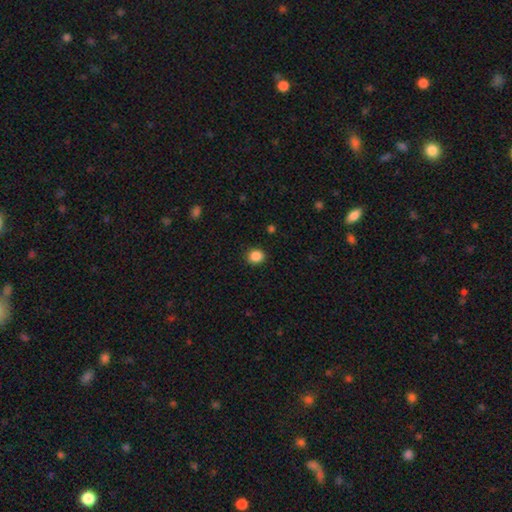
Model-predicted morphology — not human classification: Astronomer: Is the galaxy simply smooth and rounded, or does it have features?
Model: smooth — 86%.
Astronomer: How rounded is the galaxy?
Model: round — 76%.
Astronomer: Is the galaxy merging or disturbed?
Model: none — 90%.